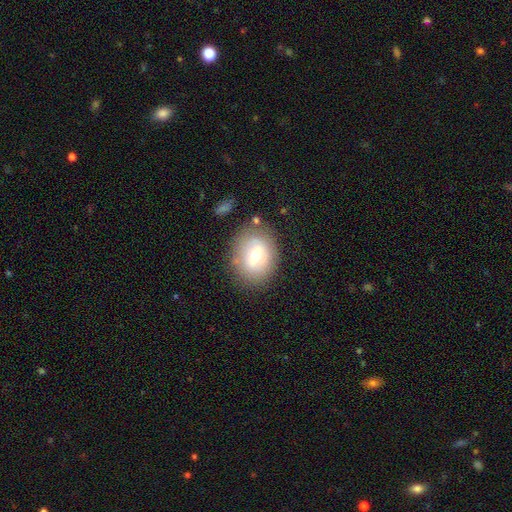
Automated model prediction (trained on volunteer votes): A smooth galaxy with no disk features (57%) that is in between round and cigar-shaped (51%). Merging: none (74%).